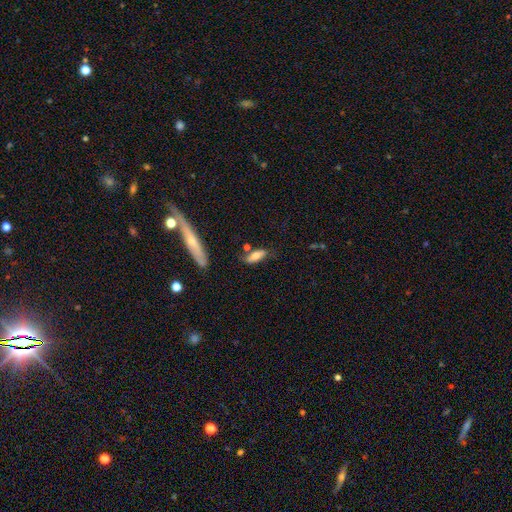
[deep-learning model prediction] A smooth galaxy with no disk features (71%) that is in between round and cigar-shaped (63%).

Vote fractions:
- Smooth or featured? smooth: 71% / featured or disk: 21% / star or artifact: 7%
- How rounded? in between: 63% / cigar-shaped: 35% / round: 3%
- Merging? none: 65% / minor disturbance: 21% / merger: 9% / major disturbance: 6%